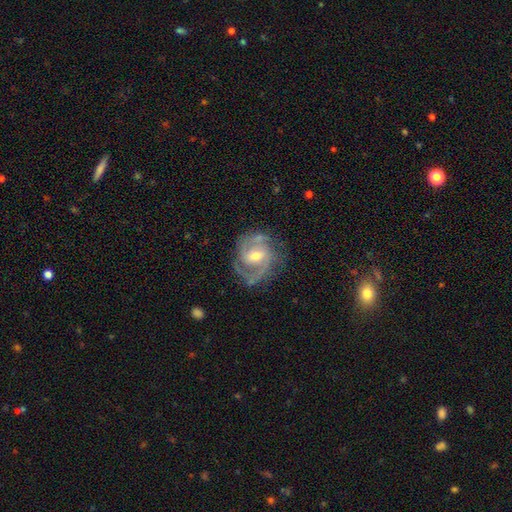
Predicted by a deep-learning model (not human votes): A featured or disk galaxy (90%) with a weak bar (51%), 2 (66%) medium (47%) spiral arms (97%) and a moderate central bulge (60%). Merging: none (72%).